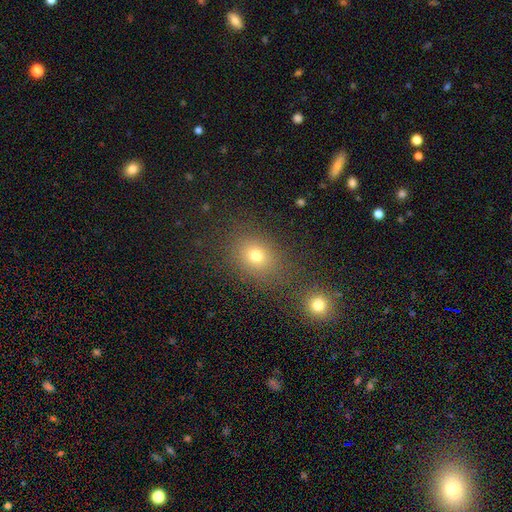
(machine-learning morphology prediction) Smooth or featured? Predicted: smooth (p=0.74). How rounded? Predicted: round (p=0.52). Merging? Predicted: none (p=0.75).